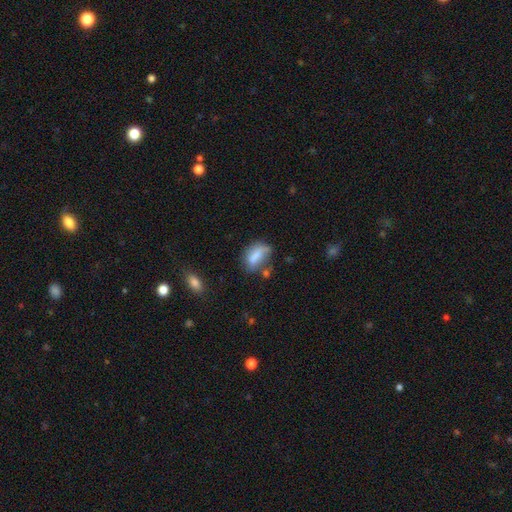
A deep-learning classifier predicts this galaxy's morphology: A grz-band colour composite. It shows a smooth galaxy with no disk features (71%) that is in between round and cigar-shaped (81%). Merging: none (42%).